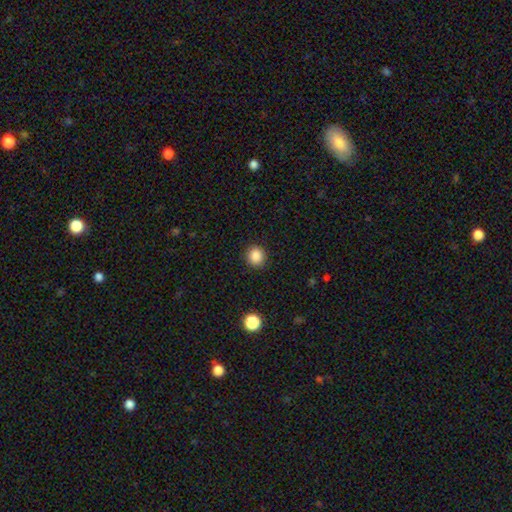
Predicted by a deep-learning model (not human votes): A smooth galaxy with no disk features (86%) that is round (88%).

Vote fractions:
- Smooth or featured? smooth: 86% / star or artifact: 10% / featured or disk: 4%
- How rounded? round: 88% / in between: 11% / cigar-shaped: 1%
- Merging? none: 91% / minor disturbance: 6% / major disturbance: 2% / merger: 1%